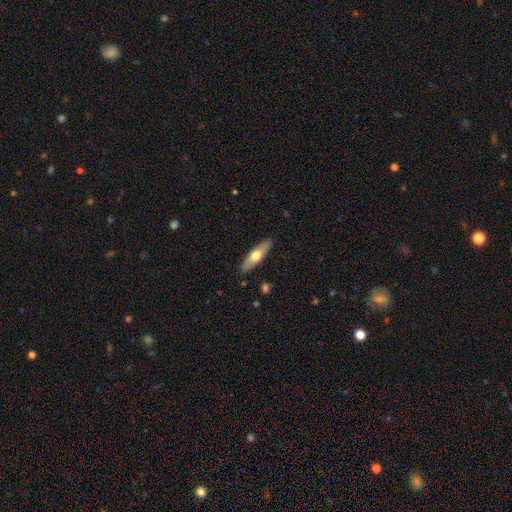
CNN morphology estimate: Smooth or featured? smooth (53%)
How rounded? cigar-shaped (65%)
Merging? none (90%)